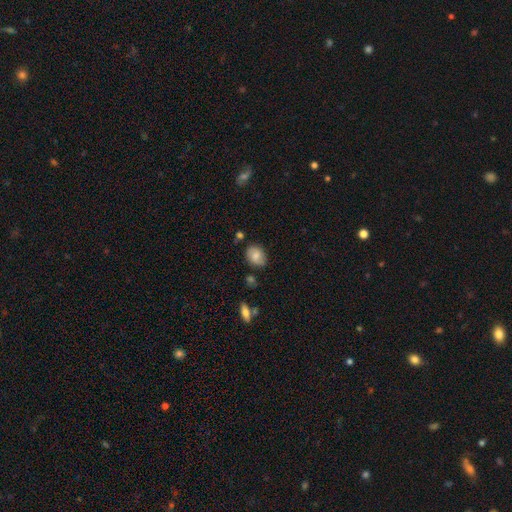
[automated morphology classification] type=smooth (74%); roundness=in between (58%); merging=none (77%).